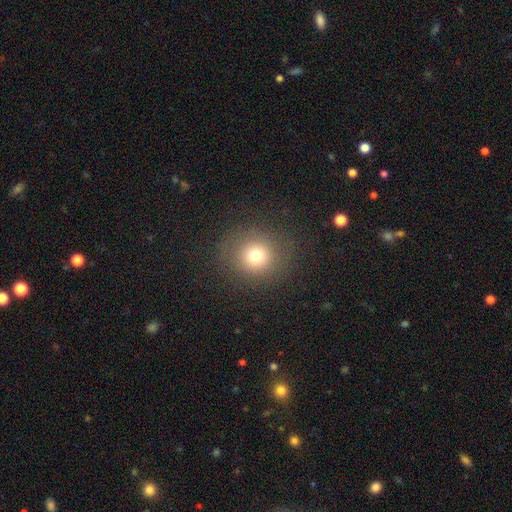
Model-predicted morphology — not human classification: This is likely a smooth galaxy (73%). How rounded: clearly round (89%). Merging: clearly none (86%).